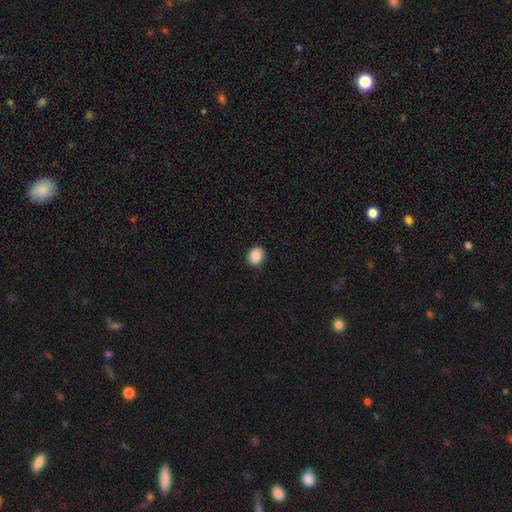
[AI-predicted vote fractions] Morphology: type=smooth (88%); roundness=round (56%); merging=none (88%).